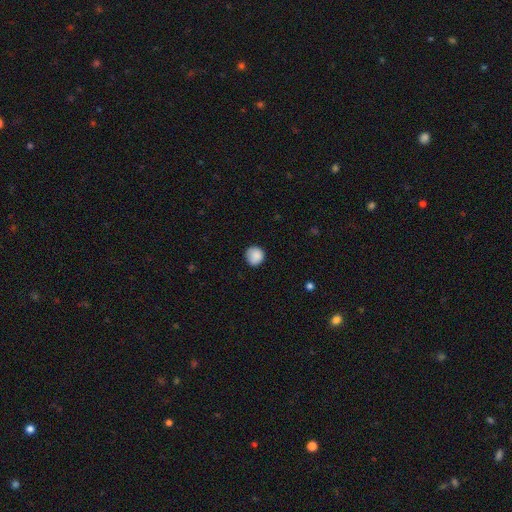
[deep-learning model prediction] smooth-or-featured: smooth: 88% | star or artifact: 8% | featured or disk: 4%
  how-rounded: round: 92% | in between: 7% | cigar-shaped: 1%
  merging: none: 83% | minor disturbance: 14% | major disturbance: 3% | merger: 1%